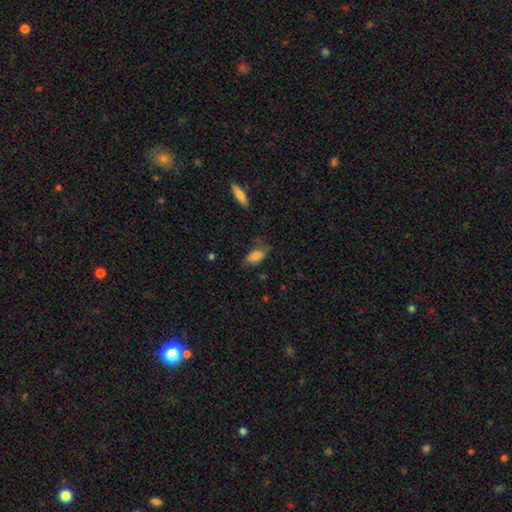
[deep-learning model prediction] Smooth or featured? smooth (74%)
How rounded? in between (89%)
Merging? none (57%)